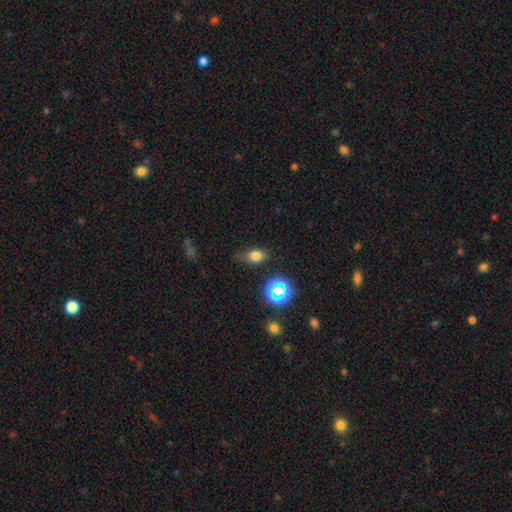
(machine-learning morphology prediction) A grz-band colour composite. It shows a smooth galaxy with no disk features (74%) that is in between round and cigar-shaped (71%). Merging: none (67%).